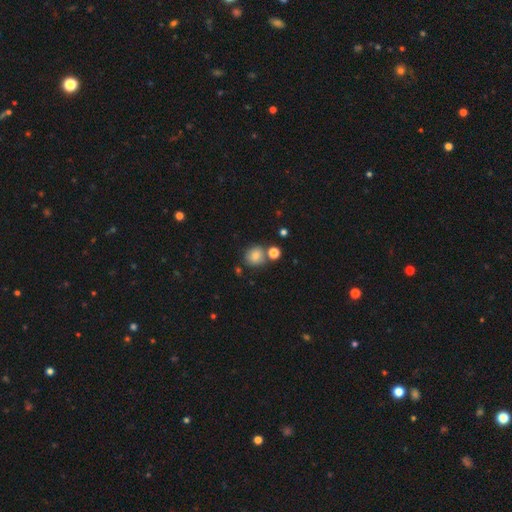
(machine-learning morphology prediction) A smooth galaxy with no disk features (80%) that is round (82%).

Vote fractions:
- Smooth or featured? smooth: 80% / star or artifact: 12% / featured or disk: 8%
- How rounded? round: 82% / in between: 17% / cigar-shaped: 1%
- Merging? none: 71% / merger: 15% / minor disturbance: 11% / major disturbance: 3%